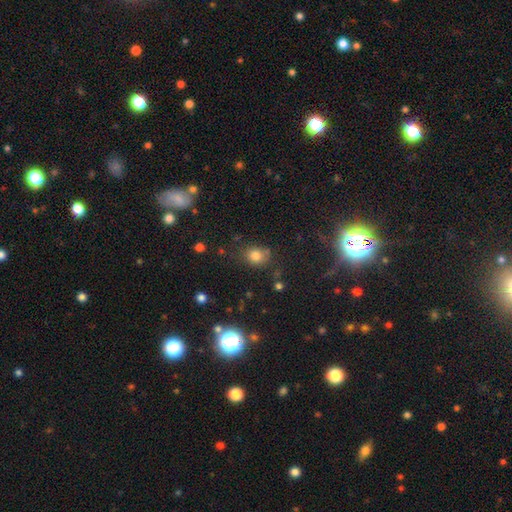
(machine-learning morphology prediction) Smooth or featured?
  - smooth: 78% *
  - star or artifact: 15%
  - featured or disk: 7%
How rounded?
  - round: 66% *
  - in between: 33%
  - cigar-shaped: 1%
Merging?
  - none: 72% *
  - minor disturbance: 16%
  - merger: 6%
  - major disturbance: 6%